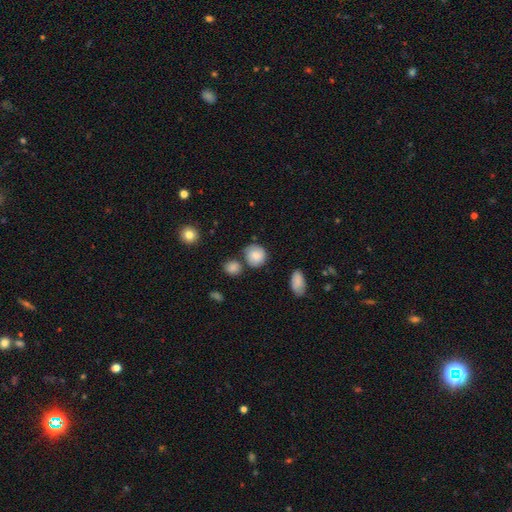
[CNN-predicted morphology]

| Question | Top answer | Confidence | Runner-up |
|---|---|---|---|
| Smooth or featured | smooth | 73% | featured or disk (18%) |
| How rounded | round | 81% | in between (18%) |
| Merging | none | 64% | minor disturbance (19%) |